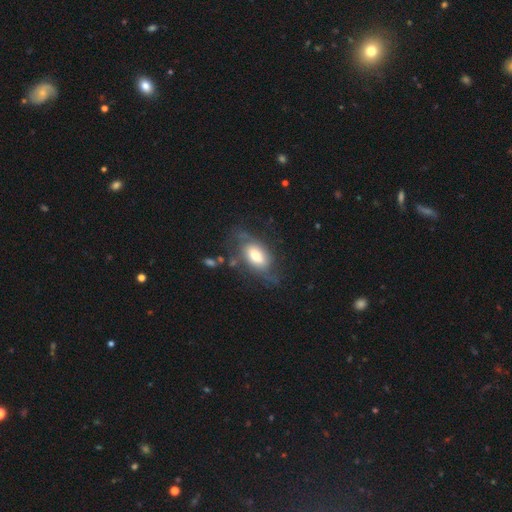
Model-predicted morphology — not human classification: Smooth or featured? featured or disk (52%)
Edge-on disk? no (92%)
Merging? none (51%)